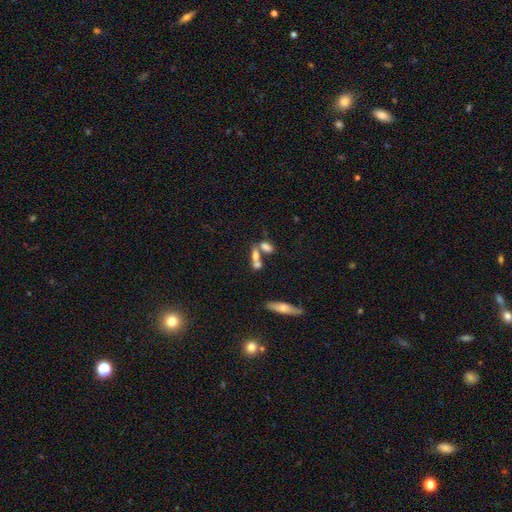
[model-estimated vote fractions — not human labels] smooth-or-featured: smooth: 66% | featured or disk: 22% | star or artifact: 12%
  how-rounded: in between: 64% | cigar-shaped: 27% | round: 9%
  merging: merger: 51% | none: 33% | minor disturbance: 9% | major disturbance: 6%